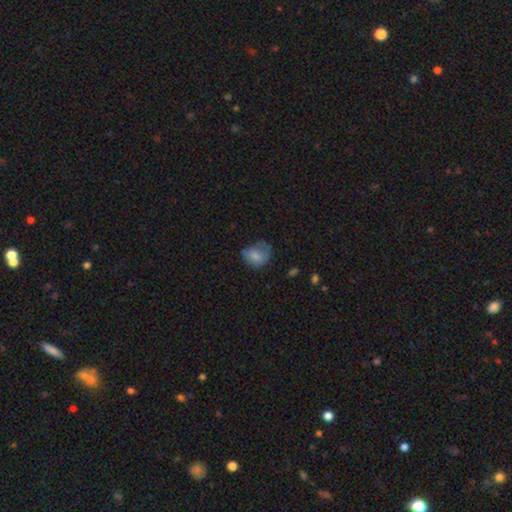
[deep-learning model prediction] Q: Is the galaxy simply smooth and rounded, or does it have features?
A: smooth — 73%.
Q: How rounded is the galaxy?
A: in between — 50%.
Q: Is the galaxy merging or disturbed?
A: none — 41%.